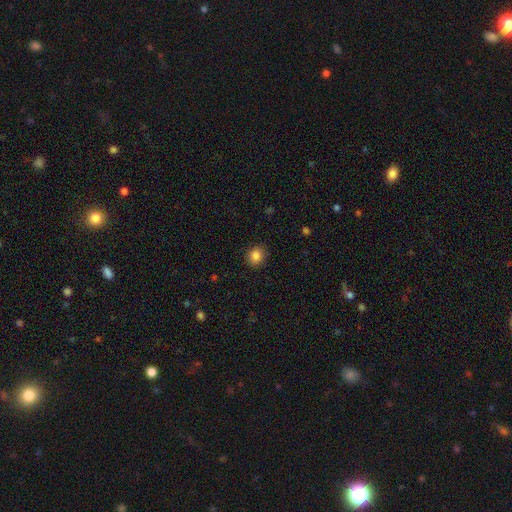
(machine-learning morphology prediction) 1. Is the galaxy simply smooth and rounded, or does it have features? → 85% smooth, 11% star or artifact, 4% featured or disk.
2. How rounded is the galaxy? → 74% round, 25% in between, 1% cigar-shaped.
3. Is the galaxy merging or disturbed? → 89% none, 8% minor disturbance, 2% major disturbance, 1% merger.